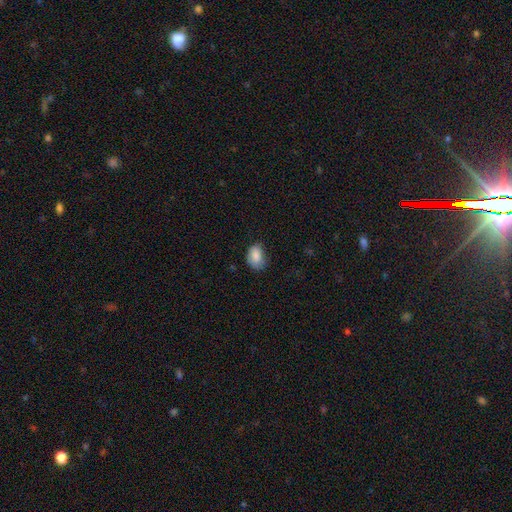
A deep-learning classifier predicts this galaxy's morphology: This appears to be a smooth galaxy with no disk features (85%) that is in between round and cigar-shaped (79%). Merging: none (56%).